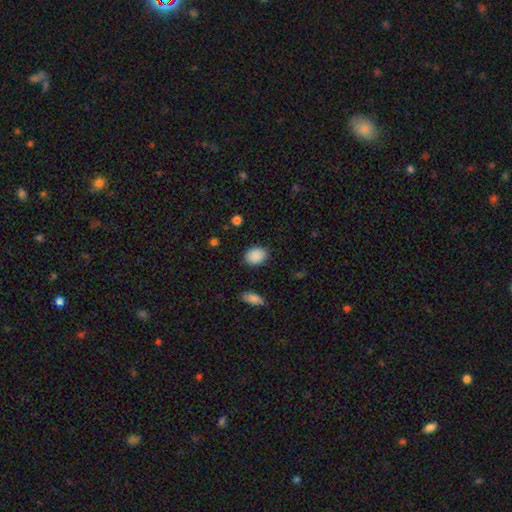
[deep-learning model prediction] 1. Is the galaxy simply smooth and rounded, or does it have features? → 89% smooth, 8% star or artifact, 3% featured or disk.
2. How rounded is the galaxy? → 68% in between, 31% round, 1% cigar-shaped.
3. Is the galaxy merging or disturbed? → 87% none, 9% minor disturbance, 3% major disturbance, 1% merger.